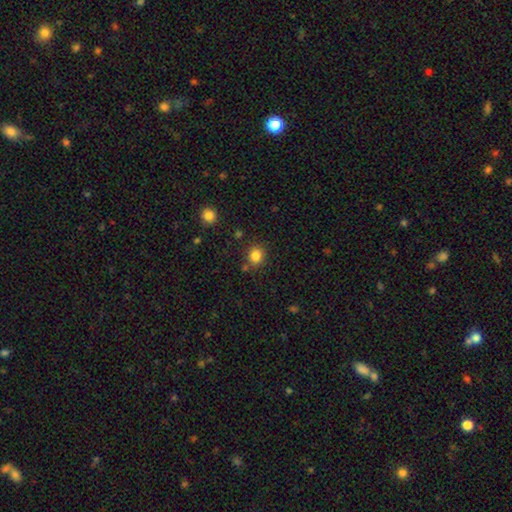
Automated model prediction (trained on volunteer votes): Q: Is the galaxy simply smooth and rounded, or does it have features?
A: smooth — 84%.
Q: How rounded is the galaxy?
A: round — 77%.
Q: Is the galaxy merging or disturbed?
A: none — 80%.